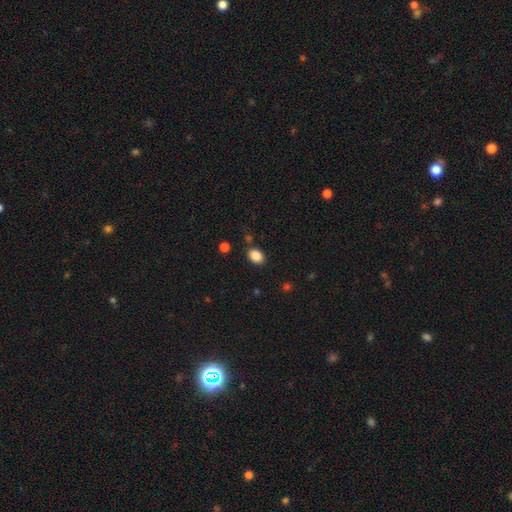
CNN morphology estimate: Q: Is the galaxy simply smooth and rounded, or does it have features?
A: smooth — 87%.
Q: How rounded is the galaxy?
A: in between — 77%.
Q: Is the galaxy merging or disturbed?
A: none — 82%.